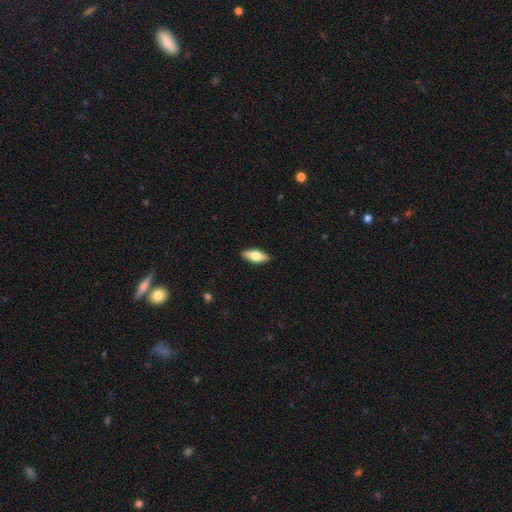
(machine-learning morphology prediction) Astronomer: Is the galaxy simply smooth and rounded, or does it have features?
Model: smooth — 64%.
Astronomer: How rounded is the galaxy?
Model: in between — 72%.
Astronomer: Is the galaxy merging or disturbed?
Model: none — 90%.